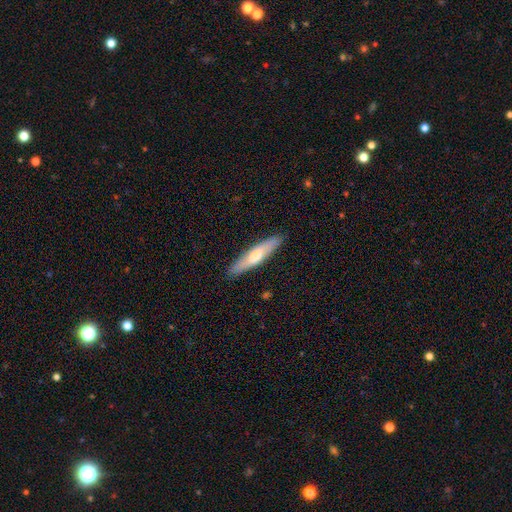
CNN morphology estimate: The model was most divided on "smooth or featured": smooth: 55%, featured or disk: 40%, star or artifact: 5%. More confident: merging — none (89%); how rounded — cigar-shaped (83%).